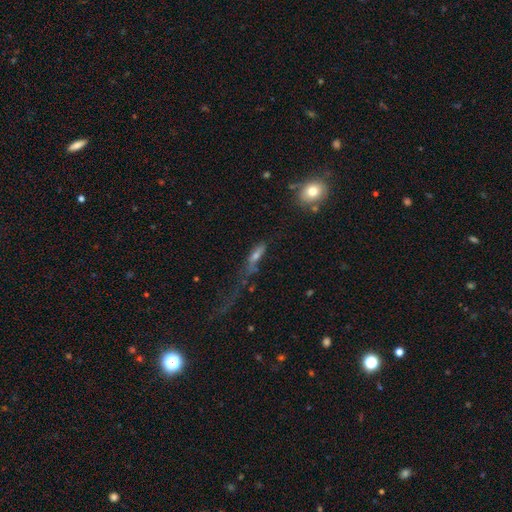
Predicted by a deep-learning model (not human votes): A smooth galaxy with no disk features (46%).

Vote fractions:
- Smooth or featured? smooth: 46% / featured or disk: 38% / star or artifact: 15%
- Merging? major disturbance: 48% / none: 24% / minor disturbance: 17% / merger: 10%